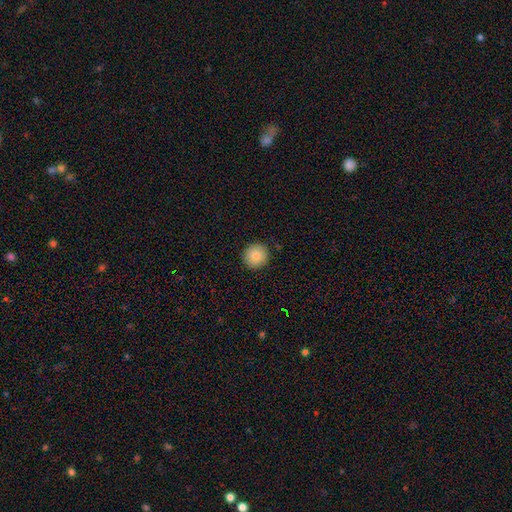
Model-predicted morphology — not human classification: smooth_or_featured: smooth (p=0.87) [alt: star or artifact p=0.08]
how_rounded: round (p=0.94) [alt: in between p=0.05]
merging: none (p=0.92) [alt: minor disturbance p=0.06]